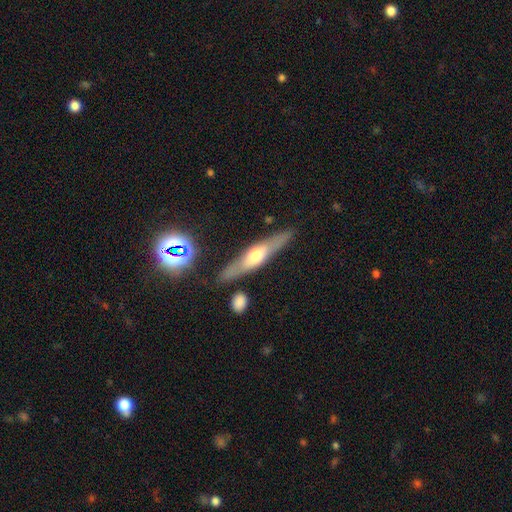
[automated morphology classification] A featured or disk galaxy (58%) viewed edge-on (89%) with a rounded central bulge (89%). Merging: none (84%).